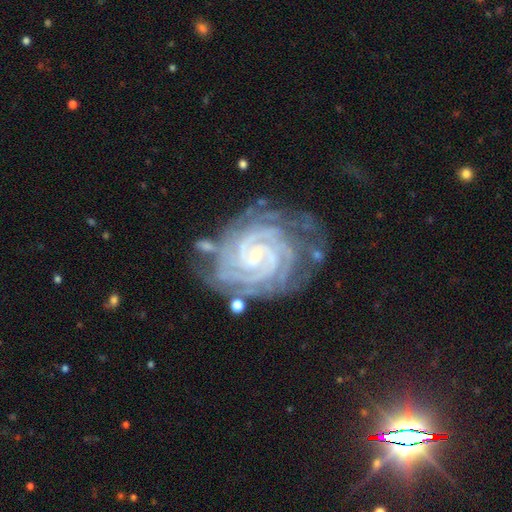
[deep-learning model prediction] Smooth or featured?
  - featured or disk: 93% *
  - star or artifact: 4%
  - smooth: 2%
Edge-on disk?
  - no: 98% *
  - yes: 2%
Bar?
  - no: 50% *
  - weak: 34%
  - strong: 16%
Spiral arms?
  - yes: 99% *
  - no: 1%
Spiral winding?
  - tight: 86% *
  - medium: 13%
  - loose: 2%
Spiral arm count?
  - 2: 24% * (tied)
  - 4: 24% * (tied)
  - 3: 22%
  - can't tell: 12%
  - more than 4: 10%
  - 1: 7%
Bulge size?
  - small: 84% *
  - moderate: 13%
  - none: 2%
  - large: 1%
  - dominant: 1%
Merging?
  - none: 62% *
  - minor disturbance: 24%
  - major disturbance: 8%
  - merger: 5%